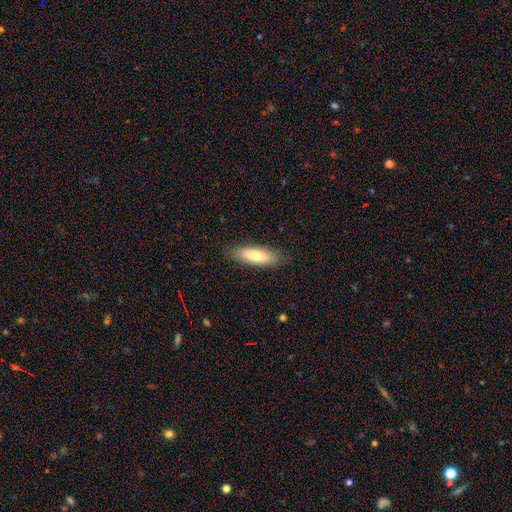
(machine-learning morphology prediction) Smooth or featured? smooth (73%)
How rounded? in between (52%)
Merging? none (86%)